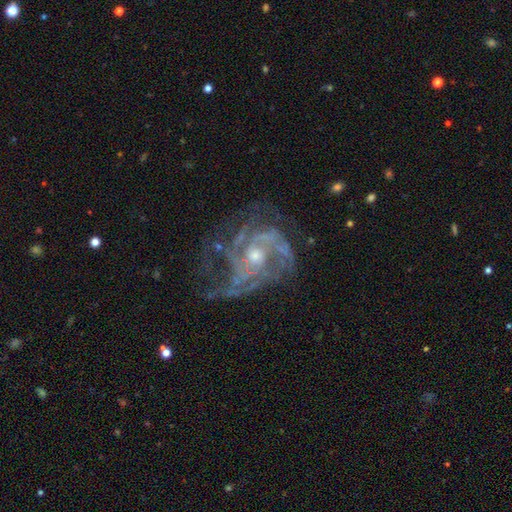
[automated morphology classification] Overall: featured or disk (88%). Edge-on disk: no (97%). Bar: no (68%). Spiral arms: yes (94%). Spiral arm count: 3 (30%; can't tell 23%). Spiral winding: tight (45%; medium 42%). Bulge size: moderate (54%; small 41%). Merging: none (51%; major disturbance 25%).